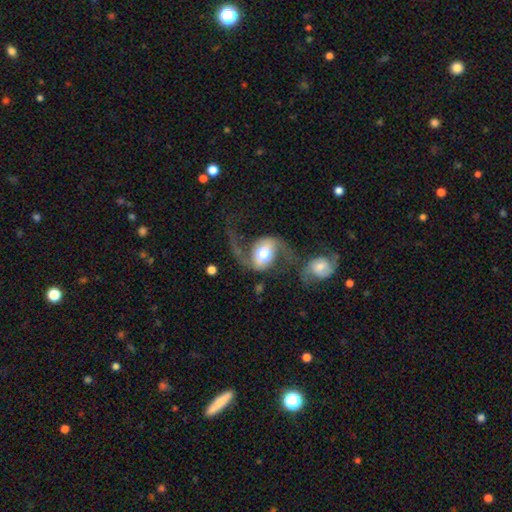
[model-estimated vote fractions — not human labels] smooth_or_featured: featured or disk (p=0.82) [alt: smooth p=0.11]
disk_edge_on: no (p=0.96) [alt: yes p=0.04]
bar: no (p=0.46) [alt: weak p=0.34]
has_spiral_arms: yes (p=0.93) [alt: no p=0.07]
spiral_winding: loose (p=0.63) [alt: medium p=0.30]
spiral_arm_count: 2 (p=0.89) [alt: 1 p=0.05]
bulge_size: moderate (p=0.59) [alt: large p=0.27]
merging: none (p=0.43) [alt: merger p=0.24]